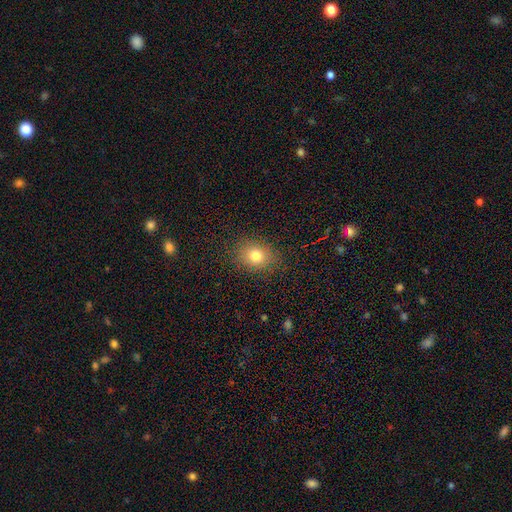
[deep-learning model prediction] Smooth or featured? smooth (77%)
How rounded? round (53%)
Merging? none (87%)